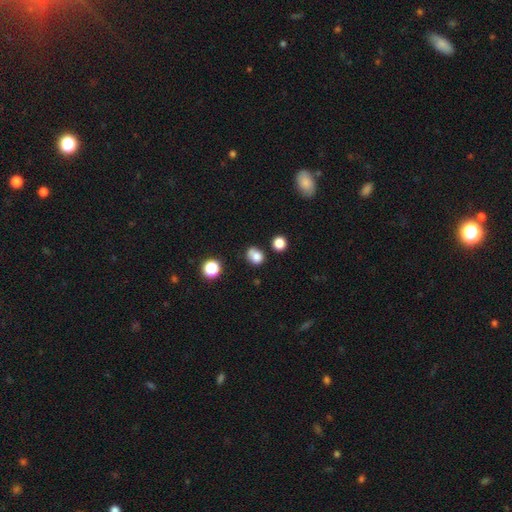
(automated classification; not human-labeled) Smooth or featured: smooth — 77% (star or artifact — 13%)
How rounded: round — 65% (in between — 34%)
Merging: none — 51% (merger — 21%)